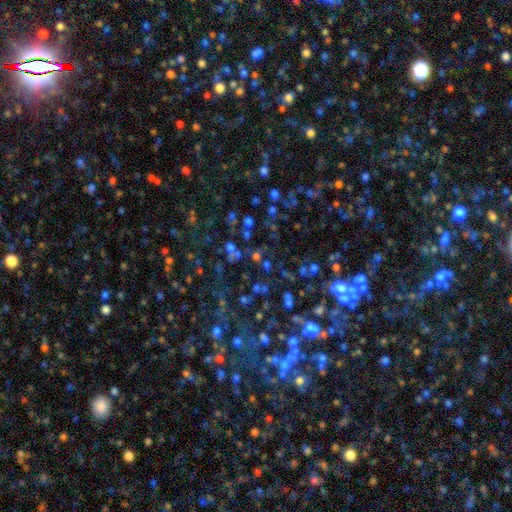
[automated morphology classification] Q: Smooth or featured?
A: star or artifact (76%); runner-up: smooth (16%)